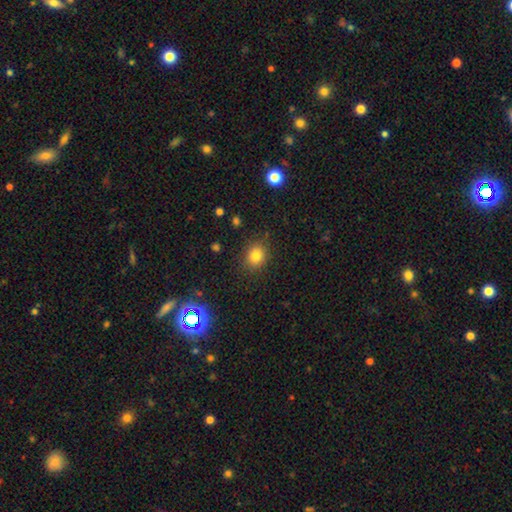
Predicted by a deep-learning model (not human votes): Overall: smooth (81%). How rounded: round (69%; in between 30%). Merging: none (85%).